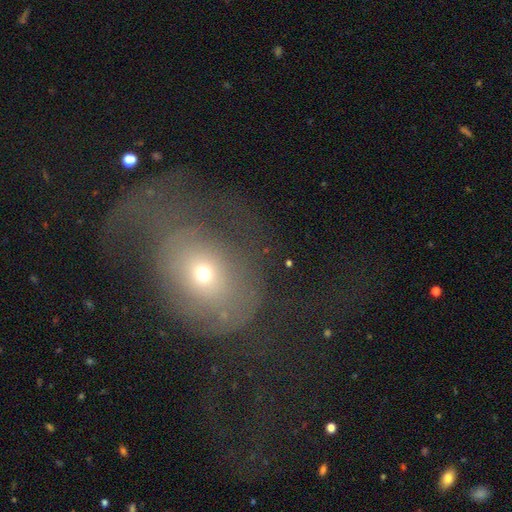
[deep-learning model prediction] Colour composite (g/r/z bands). It shows a featured or disk galaxy (43%). Merging: major disturbance (59%).